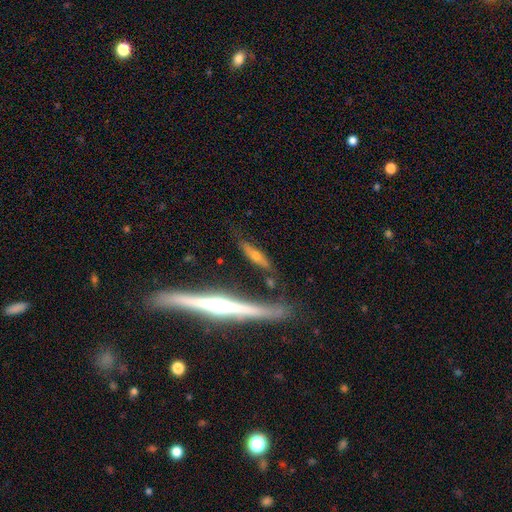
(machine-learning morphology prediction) Smooth or featured: featured or disk — 62% (smooth — 29%)
Edge-on disk: yes — 88% (no — 12%)
Edge-on bulge: rounded — 86% (none — 9%)
Merging: none — 70% (minor disturbance — 17%)